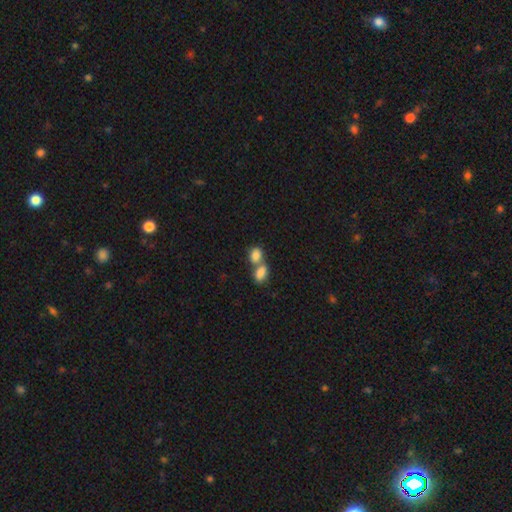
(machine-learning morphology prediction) Overall: smooth (83%). How rounded: in between (68%; round 30%). Merging: merger (67%).